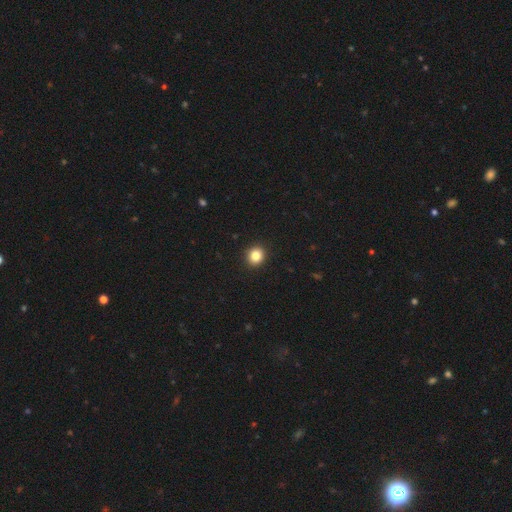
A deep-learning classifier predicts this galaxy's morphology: Smooth or featured? Predicted: smooth (p=0.84). How rounded? Predicted: round (p=0.84). Merging? Predicted: none (p=0.93).